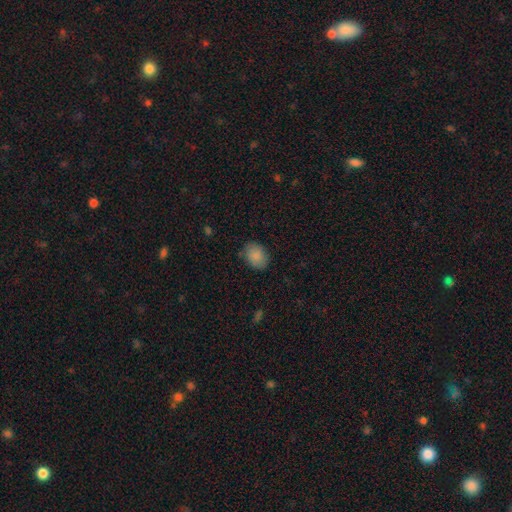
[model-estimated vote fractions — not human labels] This is clearly a smooth galaxy (87%). How rounded: likely in between (63%). Merging: clearly none (81%).